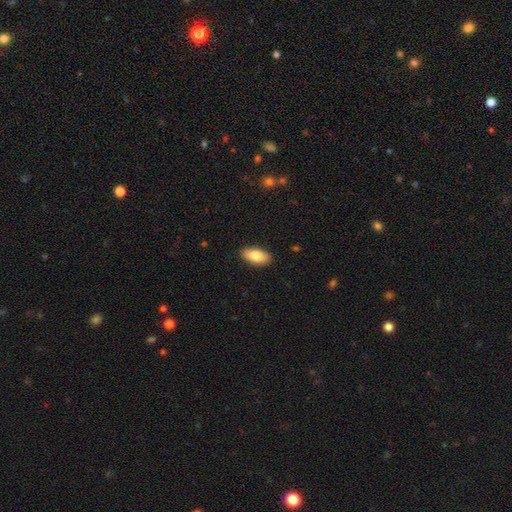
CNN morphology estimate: Smooth or featured: smooth — 79% (featured or disk — 15%)
How rounded: in between — 90% (cigar-shaped — 7%)
Merging: none — 89% (minor disturbance — 8%)